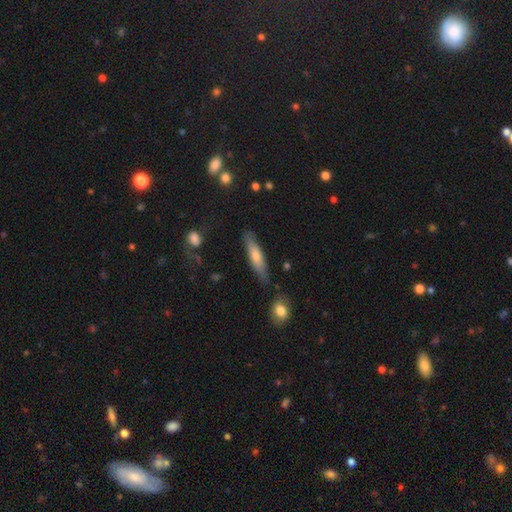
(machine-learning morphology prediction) smooth-or-featured: smooth: 60% | featured or disk: 33% | star or artifact: 7%
  how-rounded: cigar-shaped: 79% | in between: 19% | round: 2%
  merging: none: 78% | minor disturbance: 14% | merger: 4% | major disturbance: 3%